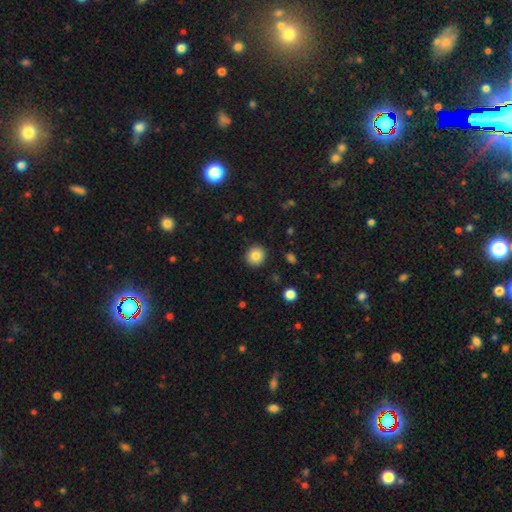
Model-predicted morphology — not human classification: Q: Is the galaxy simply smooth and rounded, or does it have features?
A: smooth — 84%.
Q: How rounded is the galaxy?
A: round — 89%.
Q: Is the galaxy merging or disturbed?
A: none — 91%.